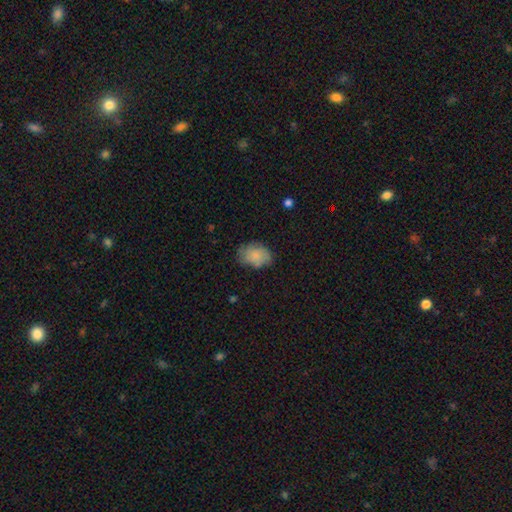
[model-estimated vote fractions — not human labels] A smooth galaxy with no disk features (77%) that is in between round and cigar-shaped (75%).

Vote fractions:
- Smooth or featured? smooth: 77% / featured or disk: 15% / star or artifact: 8%
- How rounded? in between: 75% / round: 23% / cigar-shaped: 1%
- Merging? none: 67% / minor disturbance: 25% / major disturbance: 7% / merger: 2%